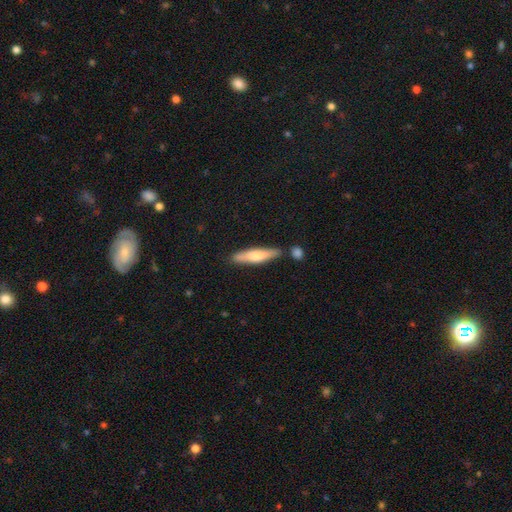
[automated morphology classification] smooth 63%, featured or disk 31%, star or artifact 5%. Down the decision tree: how rounded — cigar-shaped (79%); merging — none (76%).